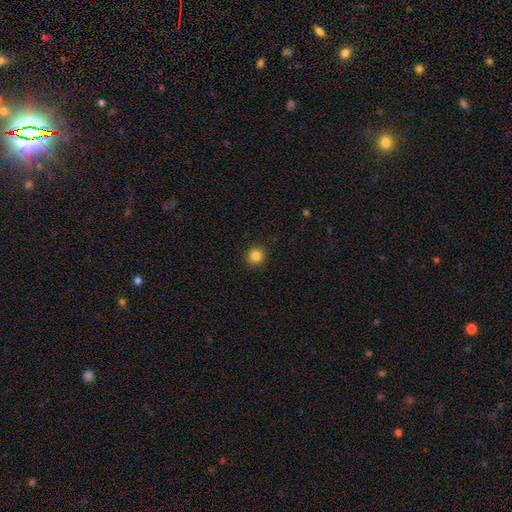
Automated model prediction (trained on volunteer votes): A smooth galaxy with no disk features (85%) that is round (93%). Merging: none (92%).